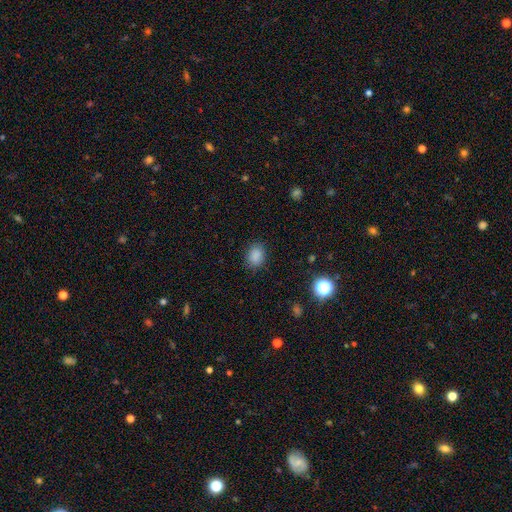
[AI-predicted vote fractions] Smooth or featured: smooth — 85% (star or artifact — 11%)
How rounded: in between — 63% (round — 36%)
Merging: none — 85% (minor disturbance — 11%)